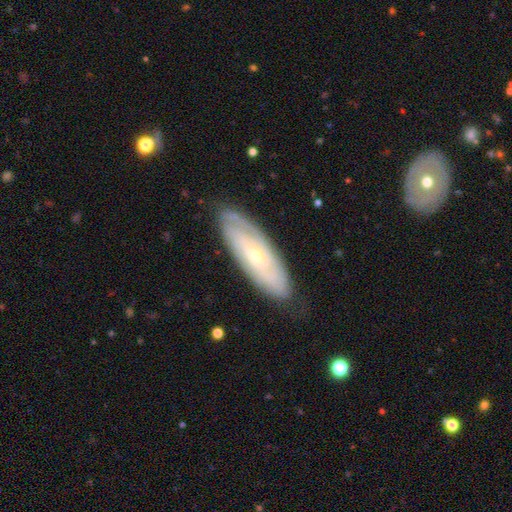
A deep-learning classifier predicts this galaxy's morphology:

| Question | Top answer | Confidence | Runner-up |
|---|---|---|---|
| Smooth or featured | featured or disk | 69% | smooth (25%) |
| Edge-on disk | no | 81% | yes (19%) |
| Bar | no | 76% | weak (19%) |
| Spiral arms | yes | 82% | no (18%) |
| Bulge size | small | 72% | moderate (24%) |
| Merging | none | 80% | minor disturbance (15%) |